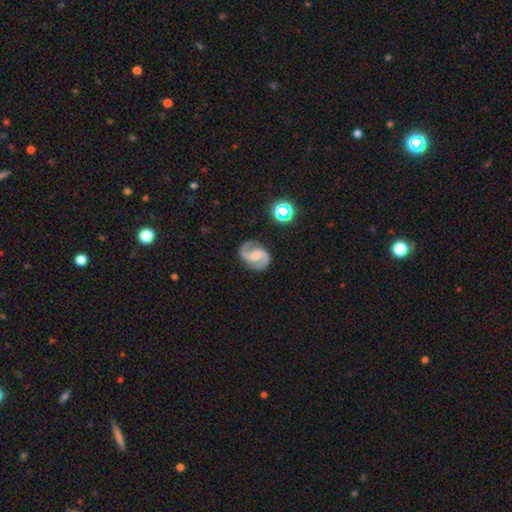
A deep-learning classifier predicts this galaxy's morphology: Smooth or featured: featured or disk — 90% (star or artifact — 5%)
Edge-on disk: no — 98% (yes — 2%)
Bar: weak — 45% (no — 38%)
Spiral arms: yes — 98% (no — 2%)
Spiral winding: medium — 62% (loose — 21%)
Spiral arm count: 2 — 94% (can't tell — 2%)
Bulge size: small — 36% (none — 30%)
Merging: none — 83% (minor disturbance — 12%)